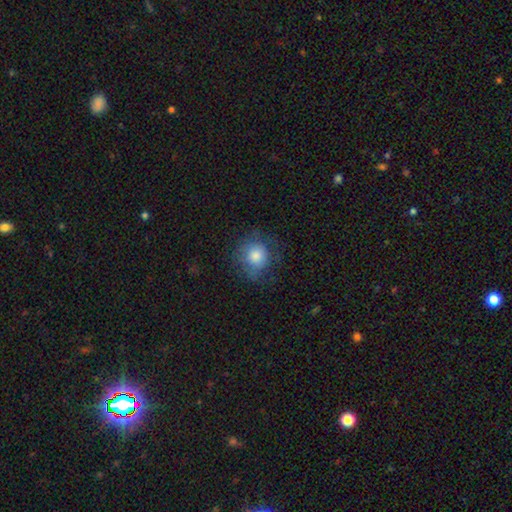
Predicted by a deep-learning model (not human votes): This appears to be a smooth galaxy with no disk features (76%) that is round (85%). Merging: none (68%).